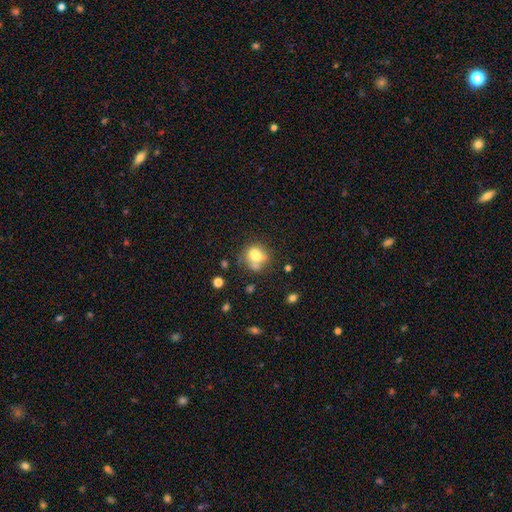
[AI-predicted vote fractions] Q: Smooth or featured?
A: smooth (66%); runner-up: featured or disk (22%)
Q: How rounded?
A: round (61%); runner-up: in between (37%)
Q: Merging?
A: none (38%); runner-up: merger (32%)